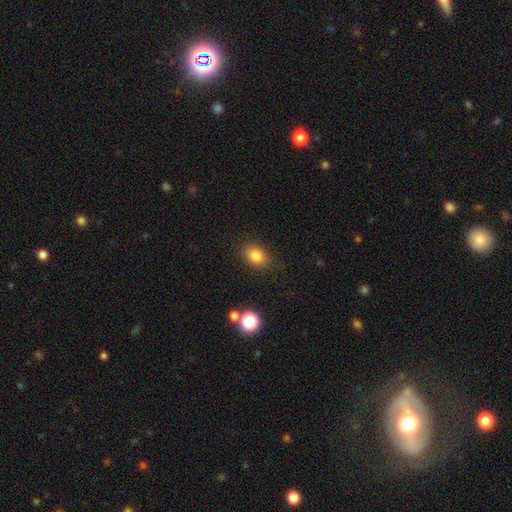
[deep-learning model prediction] Smooth or featured? Predicted: smooth (p=0.82). How rounded? Predicted: in between (p=0.68). Merging? Predicted: none (p=0.85).